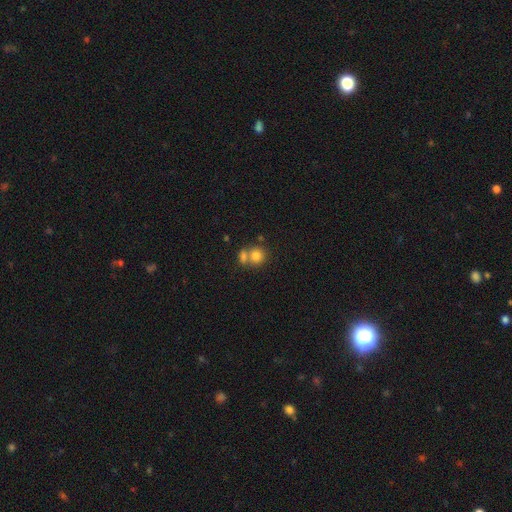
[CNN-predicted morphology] The model was most divided on "merging" (2-way tie): merger: 44%, none: 44%, minor disturbance: 8%, major disturbance: 4%. More confident: how rounded — round (81%); smooth or featured — smooth (80%).